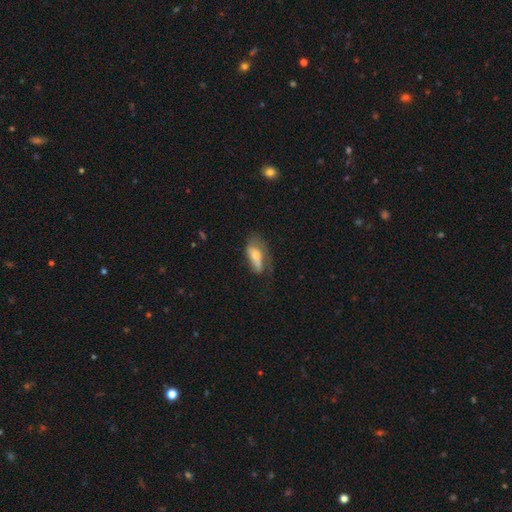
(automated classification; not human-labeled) Smooth or featured? smooth (61%)
How rounded? in between (79%)
Merging? none (34%, tied with major disturbance)